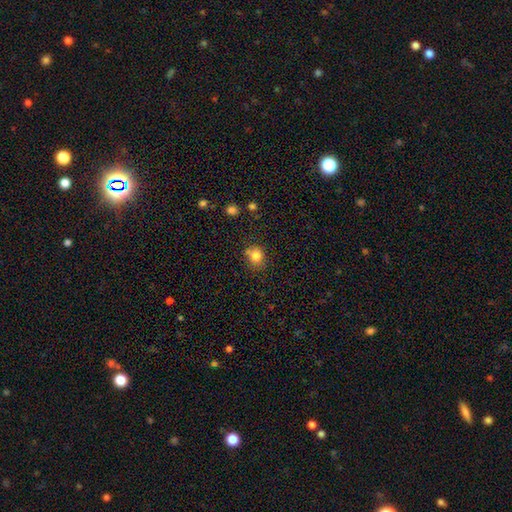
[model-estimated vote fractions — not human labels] This is clearly a smooth galaxy (81%). How rounded: likely round (70%). Merging: likely none (67%).